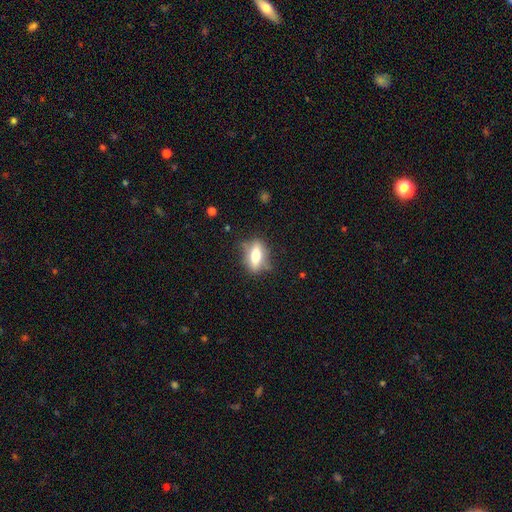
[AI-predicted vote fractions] smooth 59%, featured or disk 33%, star or artifact 8%. Down the decision tree: how rounded — in between (70%); merging — none (74%).